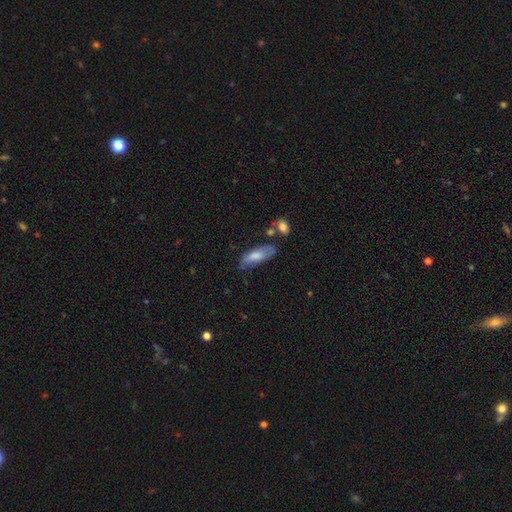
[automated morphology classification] Smooth or featured? smooth (71%)
How rounded? in between (64%)
Merging? none (54%)